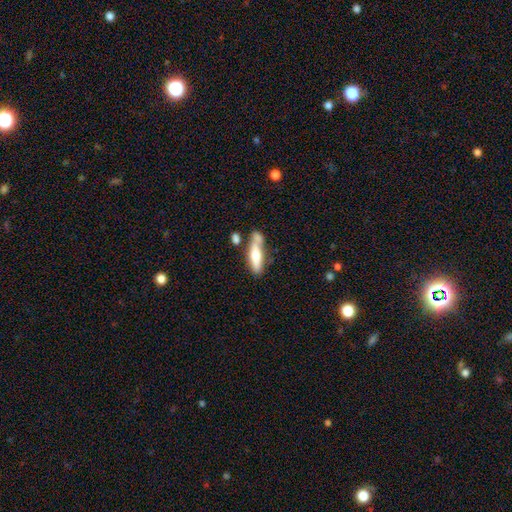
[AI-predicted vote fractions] smooth_or_featured: smooth (p=0.61) [alt: featured or disk p=0.33]
how_rounded: cigar-shaped (p=0.60) [alt: in between p=0.37]
merging: none (p=0.53) [alt: merger p=0.22]